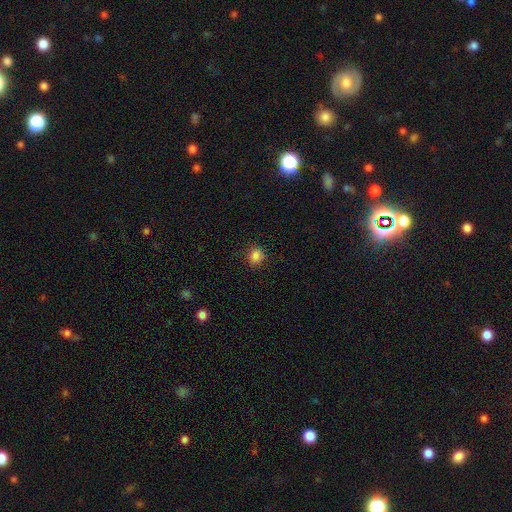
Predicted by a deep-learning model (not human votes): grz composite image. It shows a smooth galaxy with no disk features (84%) that is round (71%). Merging: none (85%).